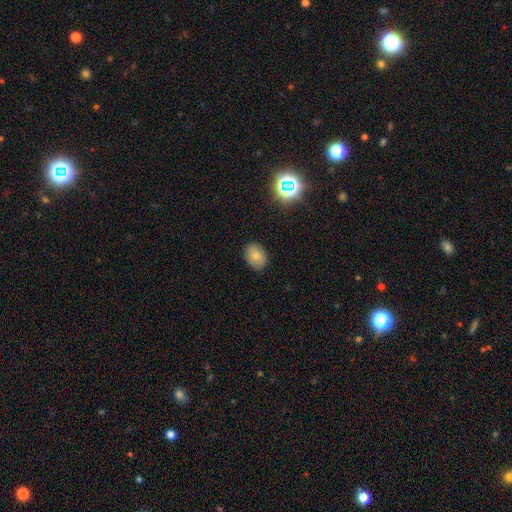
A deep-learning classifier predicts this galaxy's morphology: smooth-or-featured: smooth: 75% | star or artifact: 13% | featured or disk: 13%
  how-rounded: in between: 68% | round: 31% | cigar-shaped: 1%
  merging: none: 86% | minor disturbance: 11% | major disturbance: 3% | merger: 1%